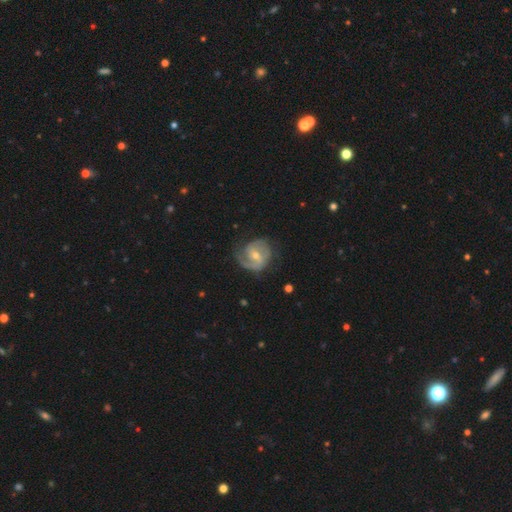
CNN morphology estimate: type=featured or disk (84%); edge-on=no (98%); bar=weak (48%); spiral arms=yes (95%); winding=tight (43%); arm count=2 (64%); bulge=small (49%); merging=none (71%).